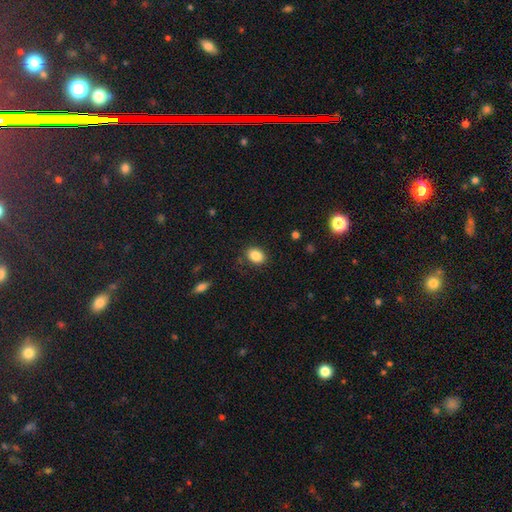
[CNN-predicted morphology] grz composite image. It shows a smooth galaxy with no disk features (86%) that is in between round and cigar-shaped (73%). Merging: none (84%).